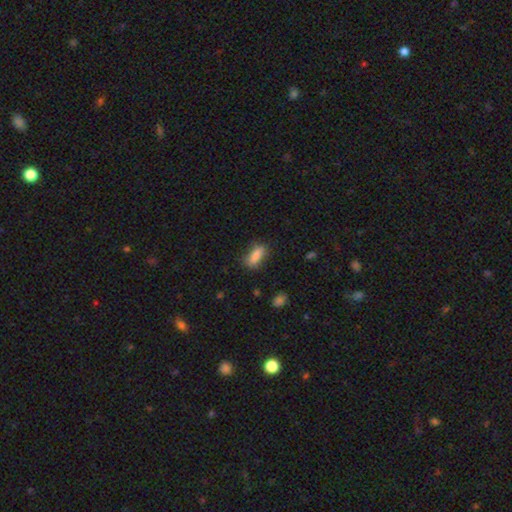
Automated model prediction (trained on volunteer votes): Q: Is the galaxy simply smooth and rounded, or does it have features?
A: smooth — 82%.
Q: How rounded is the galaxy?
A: in between — 62%.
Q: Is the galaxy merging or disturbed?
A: none — 76%.